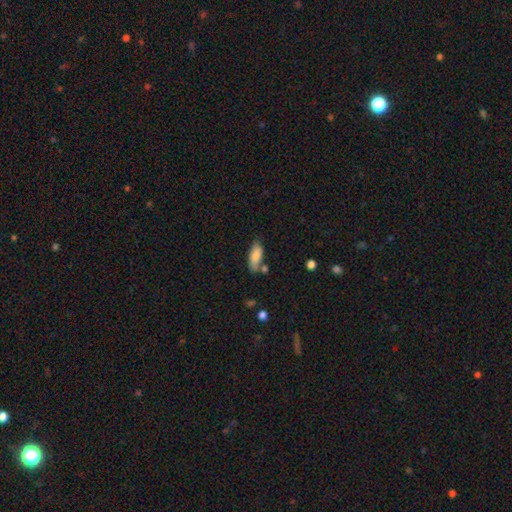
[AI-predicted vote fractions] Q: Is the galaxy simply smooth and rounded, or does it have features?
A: smooth — 80%.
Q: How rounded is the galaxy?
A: in between — 78%.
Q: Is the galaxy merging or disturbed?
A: none — 59%.